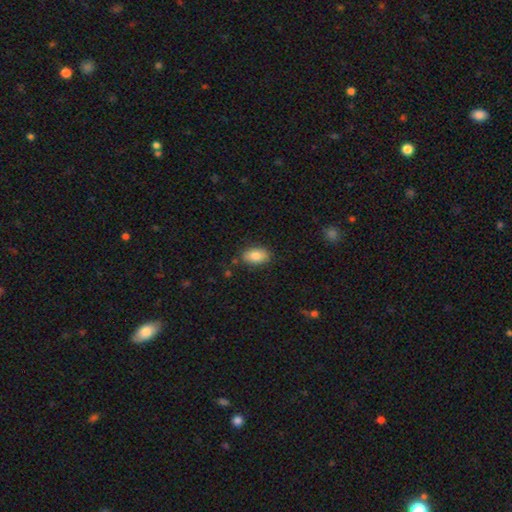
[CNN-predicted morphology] Smooth or featured? Predicted: smooth (p=0.82). How rounded? Predicted: in between (p=0.90). Merging? Predicted: none (p=0.83).